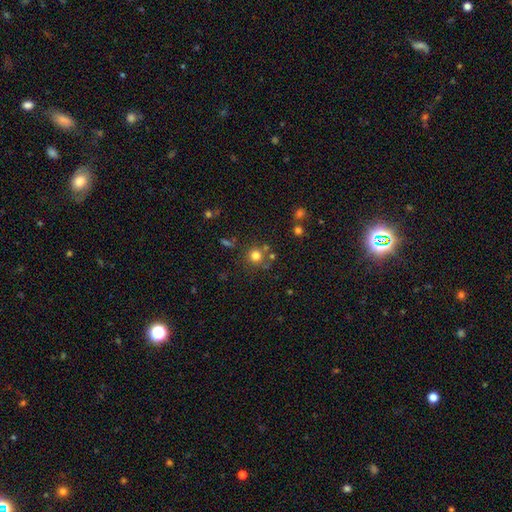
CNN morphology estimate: Smooth or featured? smooth (77%)
How rounded? round (92%)
Merging? none (74%)